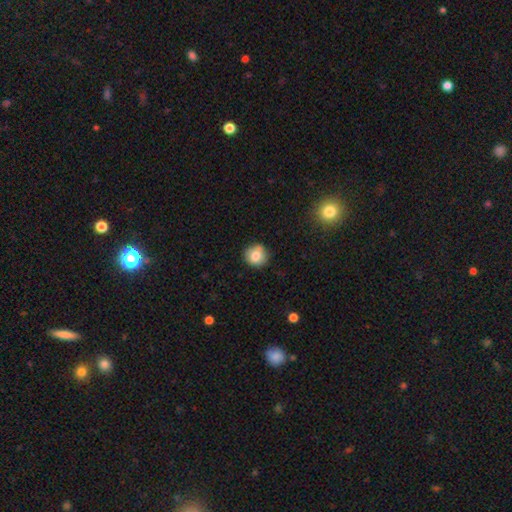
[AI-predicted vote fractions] Smooth or featured? Predicted: smooth (p=0.80). How rounded? Predicted: round (p=0.91). Merging? Predicted: none (p=0.80).